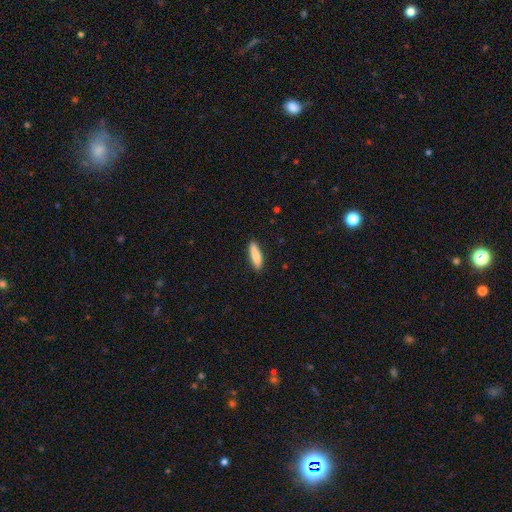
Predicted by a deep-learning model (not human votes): Smooth or featured: smooth — 83% (featured or disk — 11%)
How rounded: cigar-shaped — 68% (in between — 30%)
Merging: none — 88% (minor disturbance — 9%)